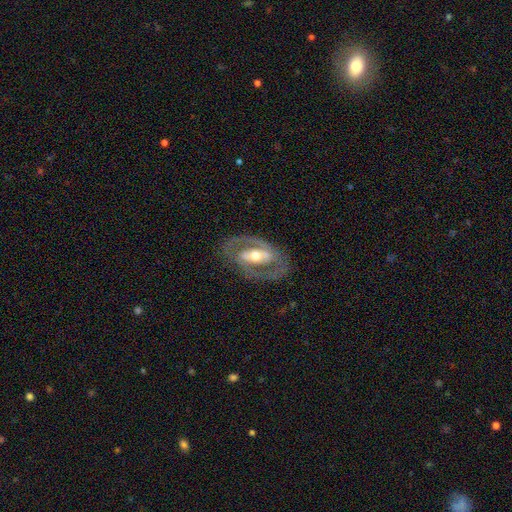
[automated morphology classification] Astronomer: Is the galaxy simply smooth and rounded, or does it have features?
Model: featured or disk — 81%.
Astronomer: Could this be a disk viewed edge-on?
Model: no — 92%.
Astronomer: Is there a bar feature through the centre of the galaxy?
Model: strong — 45% (runner-up: weak, 29%).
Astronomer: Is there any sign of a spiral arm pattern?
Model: yes — 68%.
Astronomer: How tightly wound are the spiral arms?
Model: medium — 46% (runner-up: tight, 39%).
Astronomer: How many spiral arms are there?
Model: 2 — 81%.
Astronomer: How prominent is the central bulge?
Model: moderate — 66%.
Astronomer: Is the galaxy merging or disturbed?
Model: none — 78%.